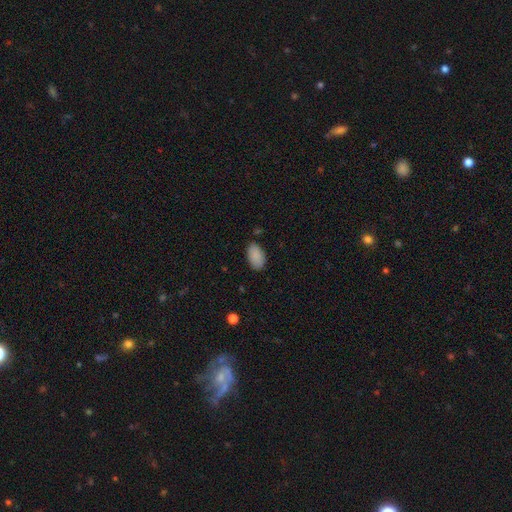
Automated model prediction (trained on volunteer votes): Smooth or featured? Predicted: smooth (p=0.89). How rounded? Predicted: in between (p=0.94). Merging? Predicted: none (p=0.82).